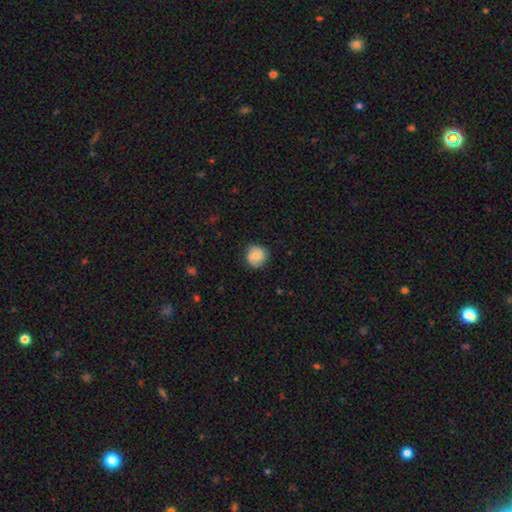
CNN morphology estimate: smooth 74%, featured or disk 18%, star or artifact 8%. Down the decision tree: how rounded — round (91%); merging — none (82%).